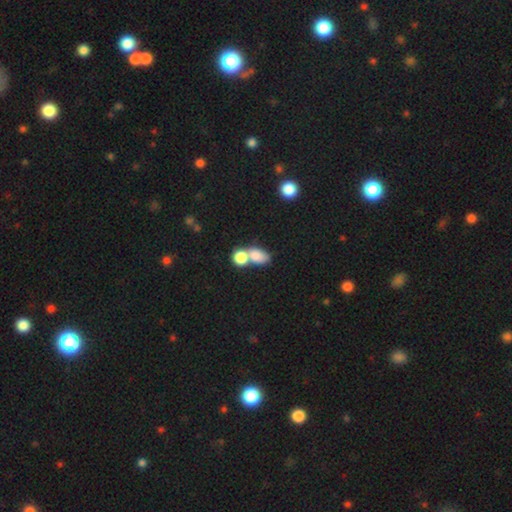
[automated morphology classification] Overall: smooth (79%). How rounded: in between (74%). Merging: merger (59%; none 27%).